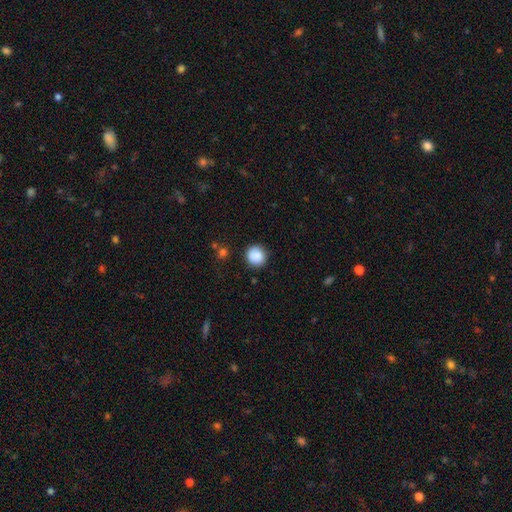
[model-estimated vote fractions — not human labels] A smooth galaxy with no disk features (88%) that is round (91%).

Vote fractions:
- Smooth or featured? smooth: 88% / star or artifact: 8% / featured or disk: 4%
- How rounded? round: 91% / in between: 8% / cigar-shaped: 1%
- Merging? none: 86% / minor disturbance: 9% / major disturbance: 3% / merger: 2%